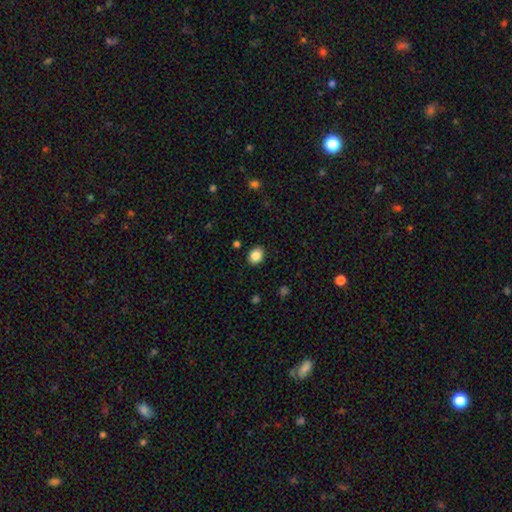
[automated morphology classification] smooth-or-featured: smooth: 86% | star or artifact: 9% | featured or disk: 5%
  how-rounded: in between: 53% | round: 46% | cigar-shaped: 1%
  merging: none: 89% | minor disturbance: 8% | major disturbance: 2% | merger: 1%